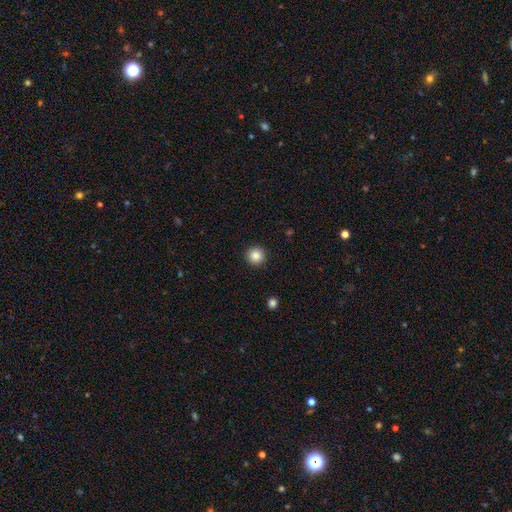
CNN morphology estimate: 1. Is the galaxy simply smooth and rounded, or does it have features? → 86% smooth, 10% star or artifact, 5% featured or disk.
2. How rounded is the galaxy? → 96% round, 3% in between, 1% cigar-shaped.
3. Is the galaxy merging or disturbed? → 93% none, 5% minor disturbance, 2% major disturbance, 1% merger.